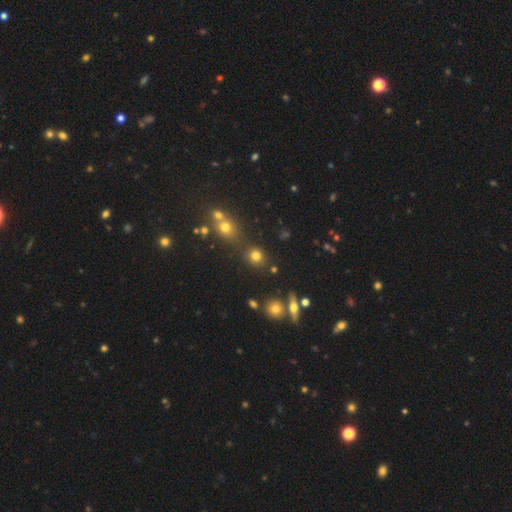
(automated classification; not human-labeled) Morphology: type=smooth (75%); roundness=round (86%); merging=none (78%).